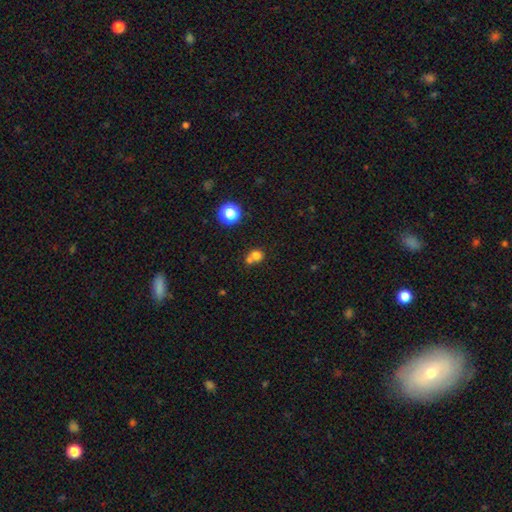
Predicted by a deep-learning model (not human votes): A smooth galaxy with no disk features (73%) that is round (79%). Merging: merger (47%).